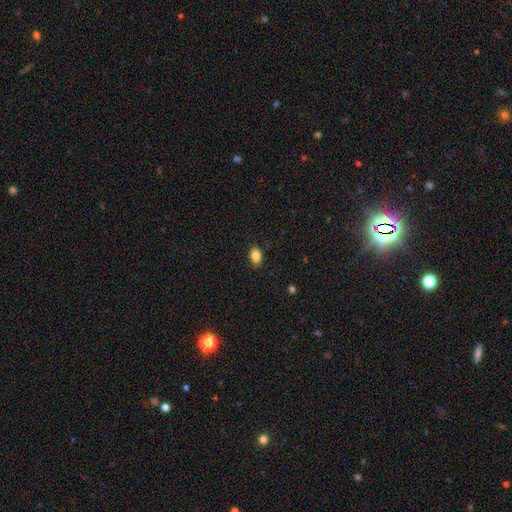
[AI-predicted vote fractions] This is clearly a smooth galaxy (85%). How rounded: likely in between (79%). Merging: clearly none (84%).